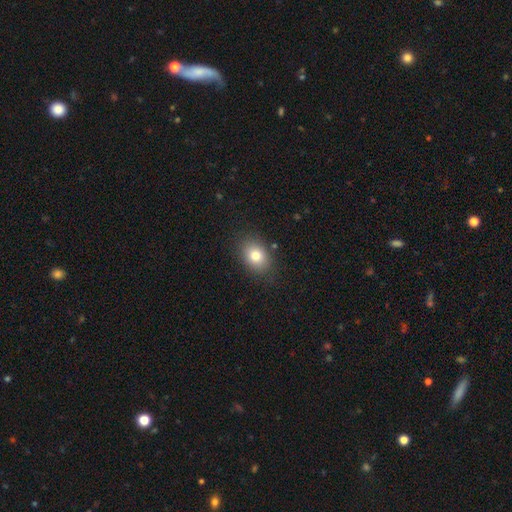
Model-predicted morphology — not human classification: A smooth galaxy with no disk features (79%) that is in between round and cigar-shaped (69%).

Vote fractions:
- Smooth or featured? smooth: 79% / featured or disk: 11% / star or artifact: 11%
- How rounded? in between: 69% / round: 30% / cigar-shaped: 1%
- Merging? none: 85% / minor disturbance: 11% / major disturbance: 3% / merger: 1%